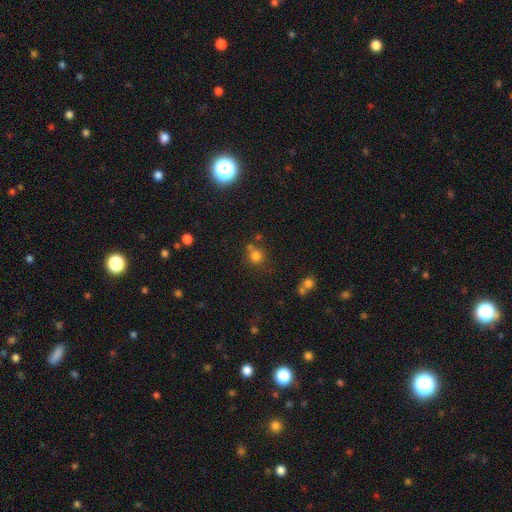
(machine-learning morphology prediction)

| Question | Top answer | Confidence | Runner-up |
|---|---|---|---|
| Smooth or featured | smooth | 75% | star or artifact (16%) |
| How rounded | round | 88% | in between (11%) |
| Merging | none | 60% | merger (22%) |